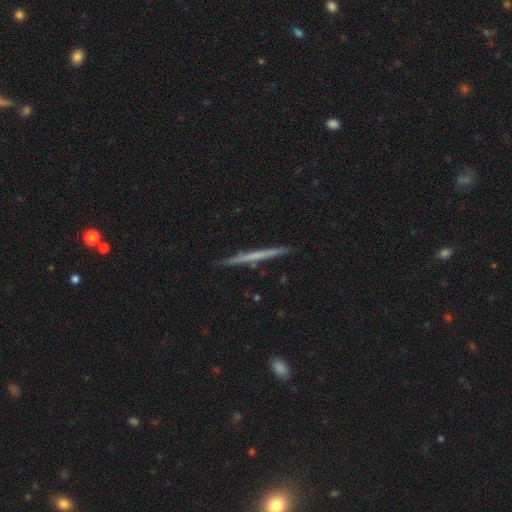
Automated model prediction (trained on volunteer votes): This is possibly a featured or disk galaxy (53%). It is clearly viewed edge-on (97%). Edge-on bulge: clearly none (89%). Merging: clearly none (91%).